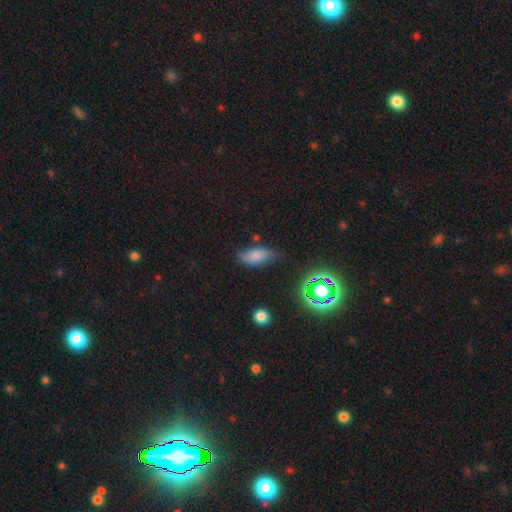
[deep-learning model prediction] Smooth or featured? Predicted: smooth (p=0.76). How rounded? Predicted: in between (p=0.83). Merging? Predicted: none (p=0.66).